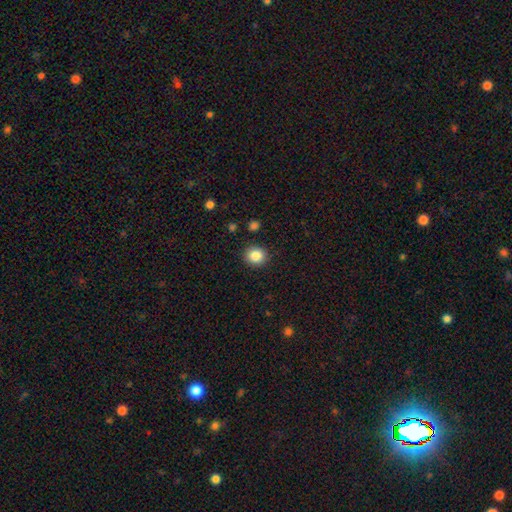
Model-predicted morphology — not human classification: smooth_or_featured: smooth (p=0.85) [alt: star or artifact p=0.10]
how_rounded: round (p=0.84) [alt: in between p=0.15]
merging: none (p=0.89) [alt: minor disturbance p=0.07]